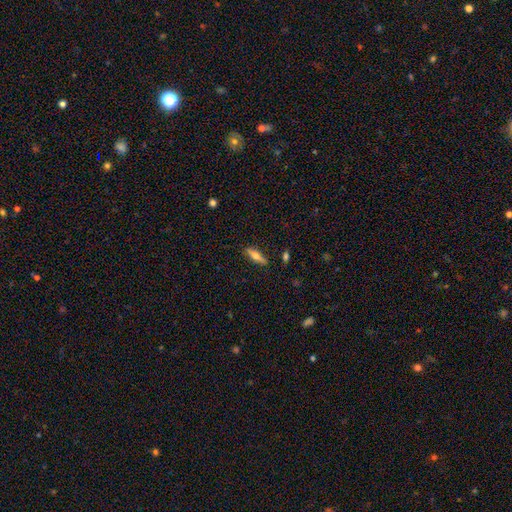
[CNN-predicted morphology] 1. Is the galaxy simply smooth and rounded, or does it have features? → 56% smooth, 37% featured or disk, 7% star or artifact.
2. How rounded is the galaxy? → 65% cigar-shaped, 32% in between, 2% round.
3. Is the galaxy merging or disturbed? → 87% none, 9% minor disturbance, 2% major disturbance, 2% merger.